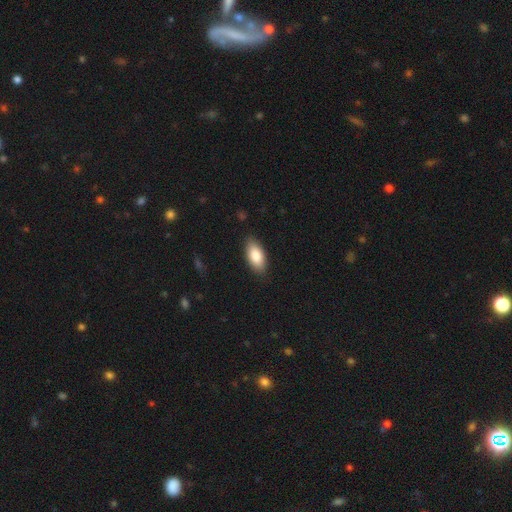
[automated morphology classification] type=smooth (85%); roundness=in between (90%); merging=none (86%).